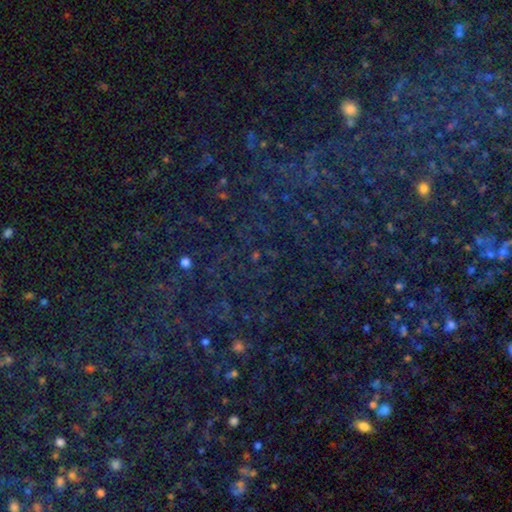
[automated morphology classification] Q: Smooth or featured?
A: star or artifact (80%); runner-up: smooth (12%)